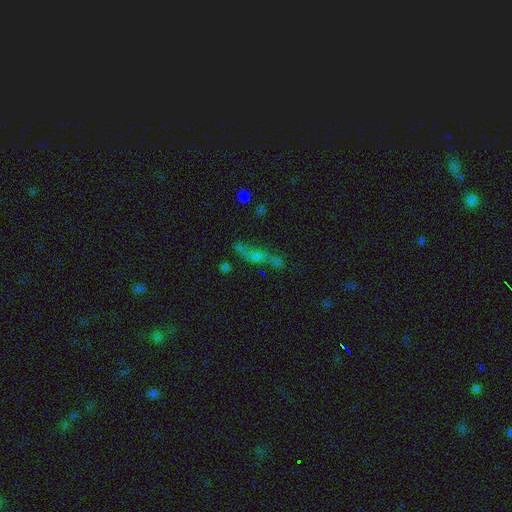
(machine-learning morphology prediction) Smooth or featured?
  - featured or disk: 41% *
  - smooth: 34%
  - star or artifact: 25%
Merging?
  - none: 46% *
  - merger: 19%
  - minor disturbance: 17%
  - major disturbance: 17%